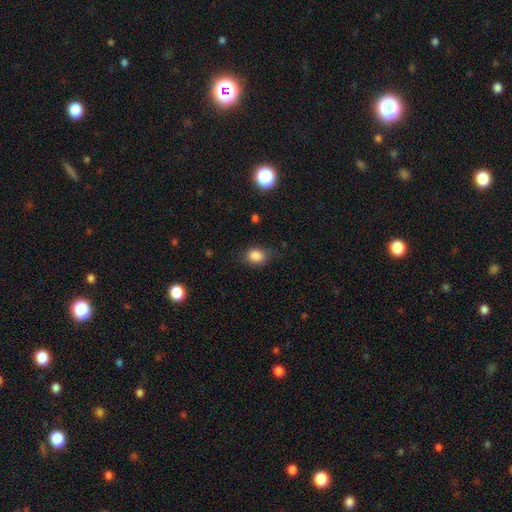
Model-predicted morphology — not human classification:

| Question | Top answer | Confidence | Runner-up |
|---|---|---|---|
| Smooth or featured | smooth | 85% | star or artifact (10%) |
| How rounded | in between | 63% | round (35%) |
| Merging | none | 73% | minor disturbance (20%) |